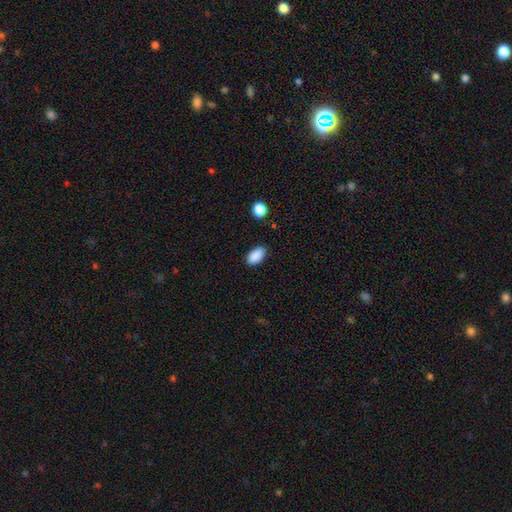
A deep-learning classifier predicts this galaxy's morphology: smooth_or_featured: smooth (p=0.89) [alt: star or artifact p=0.07]
how_rounded: in between (p=0.94) [alt: round p=0.04]
merging: none (p=0.85) [alt: minor disturbance p=0.11]